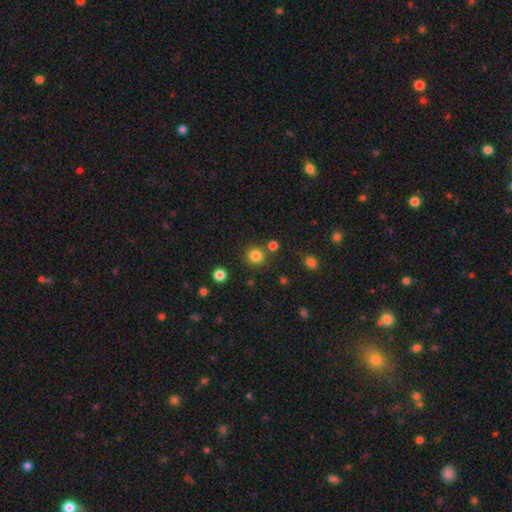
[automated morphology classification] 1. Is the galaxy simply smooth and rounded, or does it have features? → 82% smooth, 13% star or artifact, 4% featured or disk.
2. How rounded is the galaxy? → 93% round, 6% in between, 1% cigar-shaped.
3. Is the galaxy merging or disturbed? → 81% none, 8% merger, 8% minor disturbance, 3% major disturbance.